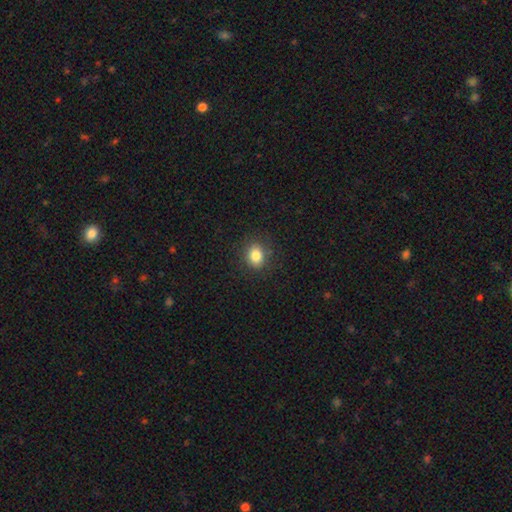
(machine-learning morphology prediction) smooth-or-featured: smooth: 83% | star or artifact: 11% | featured or disk: 6%
  how-rounded: round: 60% | in between: 39% | cigar-shaped: 1%
  merging: none: 86% | minor disturbance: 10% | major disturbance: 3% | merger: 1%